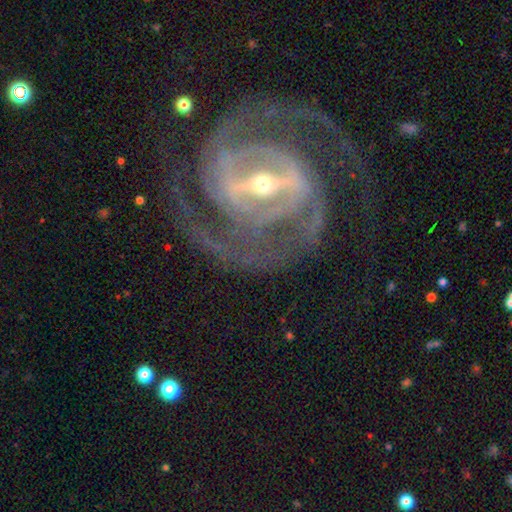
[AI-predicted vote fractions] Morphology: type=featured or disk (93%); edge-on=no (97%); bar=strong (74%); spiral arms=yes (98%); winding=tight (49%); arm count=2 (66%); bulge=small (62%); merging=none (75%).